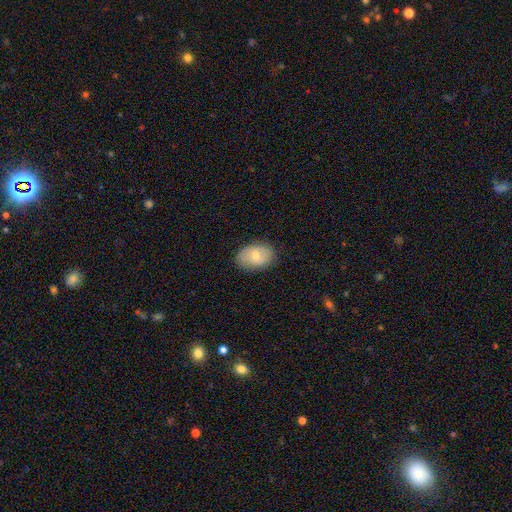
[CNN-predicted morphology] smooth_or_featured: smooth (p=0.64) [alt: featured or disk p=0.29]
how_rounded: in between (p=0.83) [alt: round p=0.15]
merging: none (p=0.85) [alt: minor disturbance p=0.11]